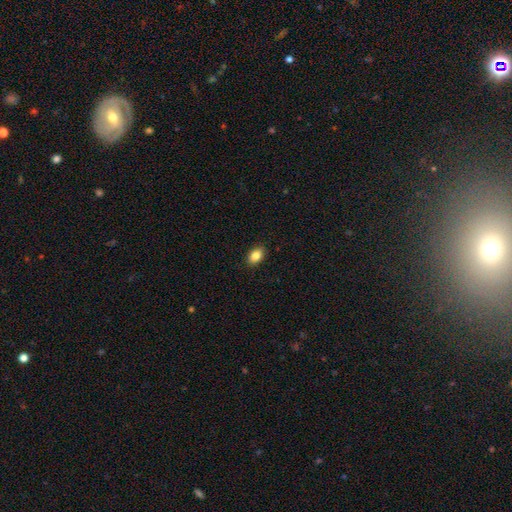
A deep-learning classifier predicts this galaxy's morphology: This is clearly a smooth galaxy (85%). How rounded: clearly in between (85%). Merging: clearly none (89%).